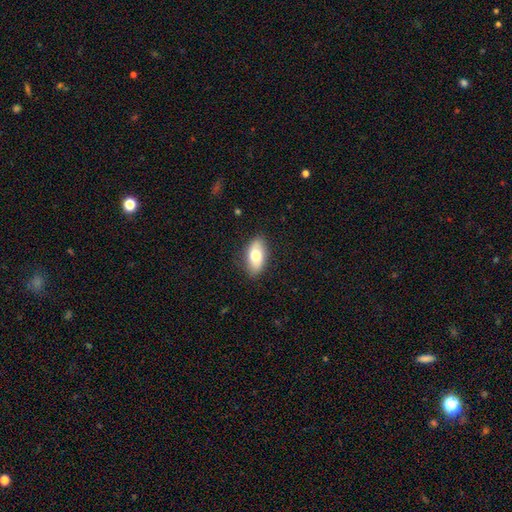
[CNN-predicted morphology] smooth-or-featured: smooth: 72% | featured or disk: 22% | star or artifact: 6%
  how-rounded: in between: 90% | cigar-shaped: 6% | round: 4%
  merging: none: 85% | minor disturbance: 12% | major disturbance: 3% | merger: 1%